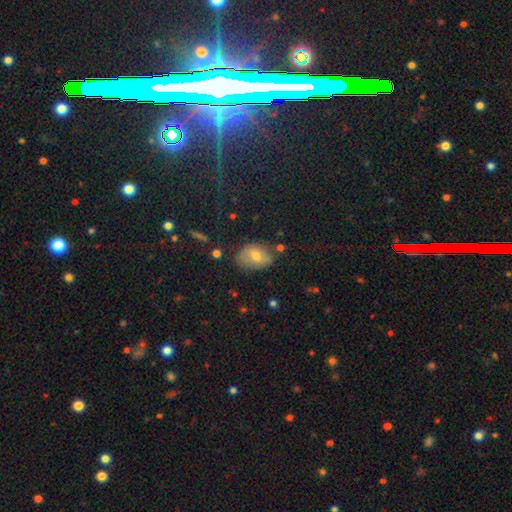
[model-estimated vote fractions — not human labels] The model was most divided on "merging": none: 62%, minor disturbance: 26%, major disturbance: 8%, merger: 4%. More confident: how rounded — in between (75%); smooth or featured — smooth (63%).